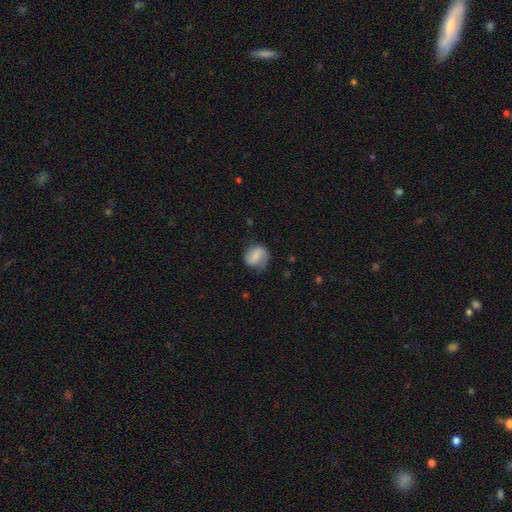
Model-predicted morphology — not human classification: Smooth or featured: smooth — 47% (featured or disk — 45%)
Merging: none — 65% (minor disturbance — 23%)